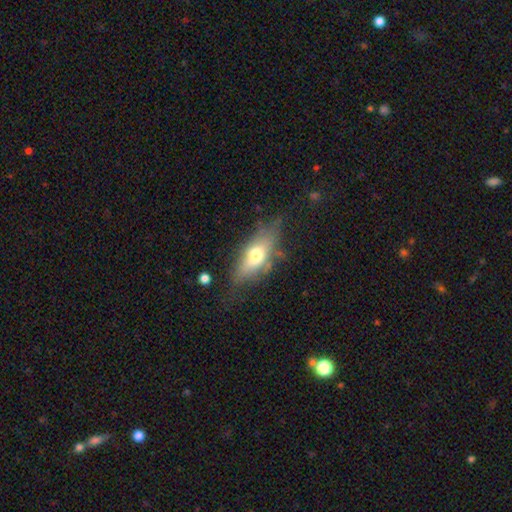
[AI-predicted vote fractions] Q: Smooth or featured?
A: smooth (57%); runner-up: featured or disk (34%)
Q: How rounded?
A: in between (74%); runner-up: cigar-shaped (20%)
Q: Merging?
A: none (62%); runner-up: minor disturbance (24%)